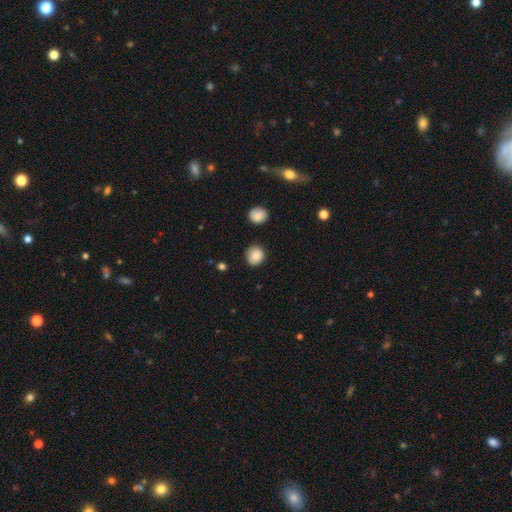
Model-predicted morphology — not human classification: Smooth or featured? Predicted: smooth (p=0.88). How rounded? Predicted: round (p=0.84). Merging? Predicted: none (p=0.82).